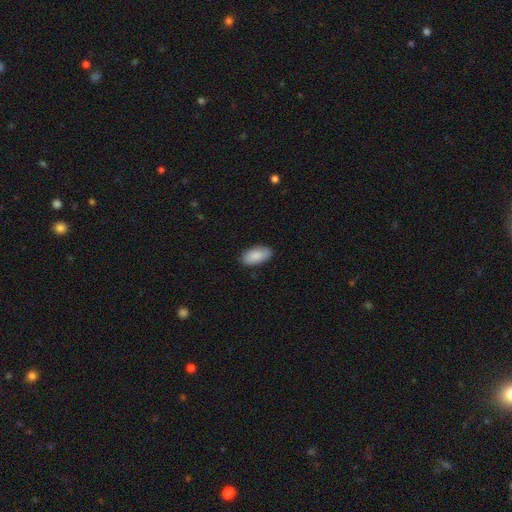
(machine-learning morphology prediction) Smooth or featured? smooth (87%)
How rounded? in between (94%)
Merging? none (85%)